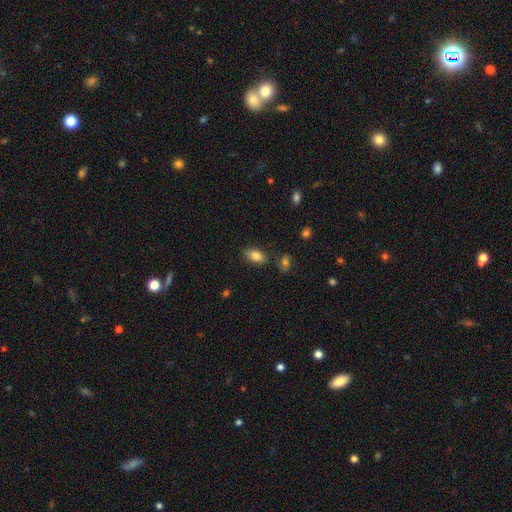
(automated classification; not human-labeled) smooth 85%, star or artifact 8%, featured or disk 7%. Down the decision tree: how rounded — in between (91%); merging — none (81%).